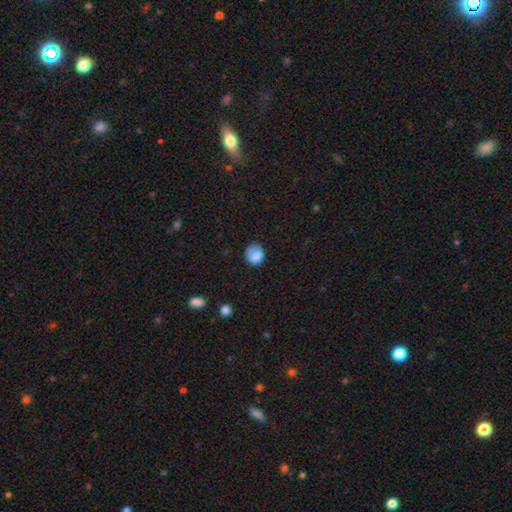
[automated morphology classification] Smooth or featured: smooth — 78% (featured or disk — 13%)
How rounded: round — 65% (in between — 34%)
Merging: none — 56% (minor disturbance — 27%)